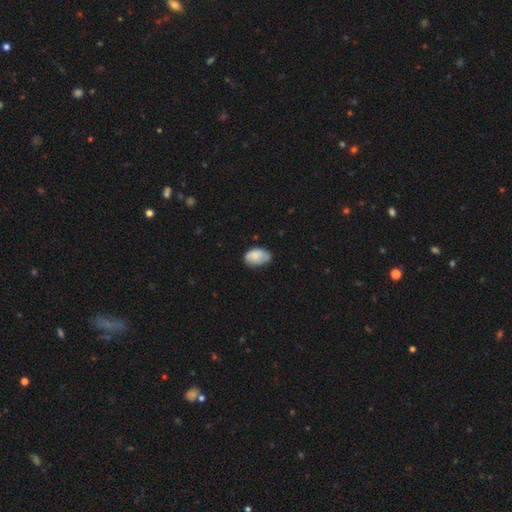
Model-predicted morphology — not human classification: type=smooth (78%); roundness=in between (89%); merging=none (54%).